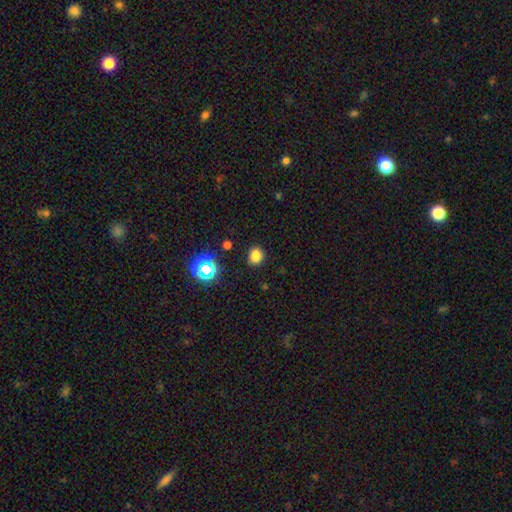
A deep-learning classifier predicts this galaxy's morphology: The model was most divided on "how rounded": round: 59%, in between: 40%, cigar-shaped: 1%. More confident: merging — none (85%); smooth or featured — smooth (78%).